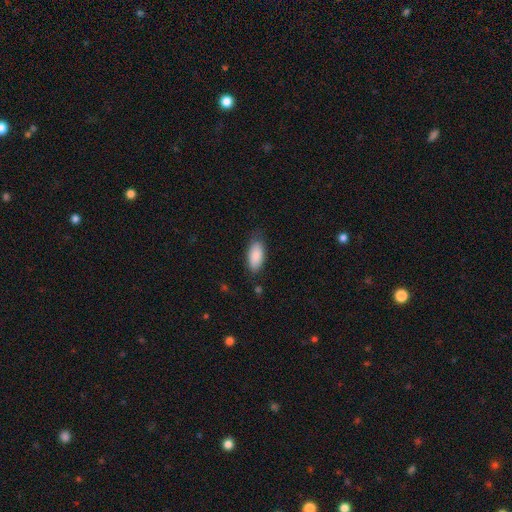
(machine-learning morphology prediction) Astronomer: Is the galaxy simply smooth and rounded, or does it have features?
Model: smooth — 88%.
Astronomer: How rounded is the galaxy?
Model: in between — 88%.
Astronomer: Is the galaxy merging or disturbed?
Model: none — 76%.